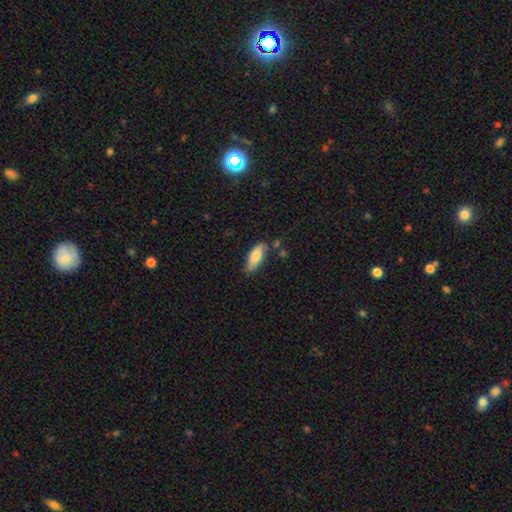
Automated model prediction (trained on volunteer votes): This is likely a smooth galaxy (78%). How rounded: likely in between (80%). Merging: likely none (67%).